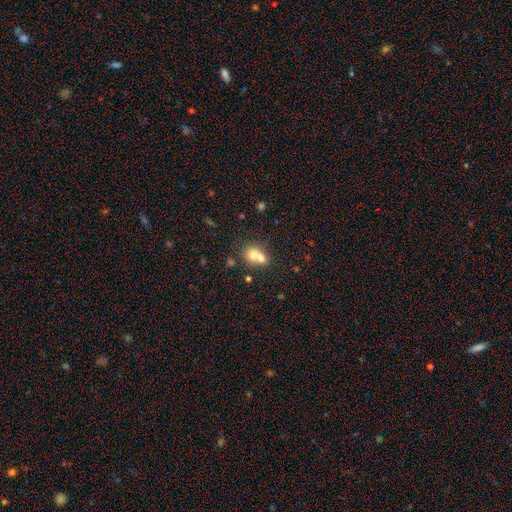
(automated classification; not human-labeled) A smooth galaxy with no disk features (68%) that is round (65%).

Vote fractions:
- Smooth or featured? smooth: 68% / featured or disk: 20% / star or artifact: 12%
- How rounded? round: 65% / in between: 34% / cigar-shaped: 1%
- Merging? merger: 62% / none: 28% / minor disturbance: 7% / major disturbance: 3%